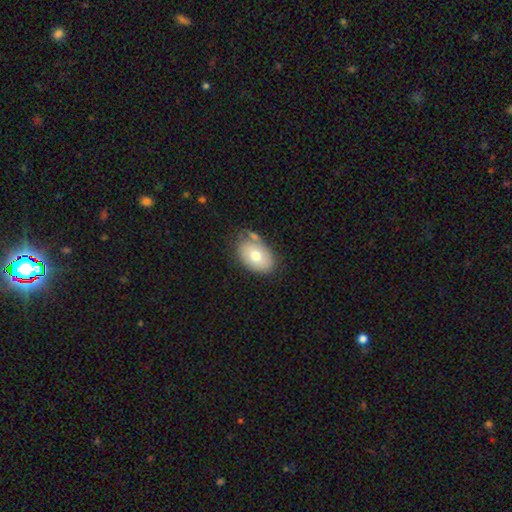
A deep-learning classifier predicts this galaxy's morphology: Smooth or featured? smooth (71%)
How rounded? in between (86%)
Merging? none (61%)